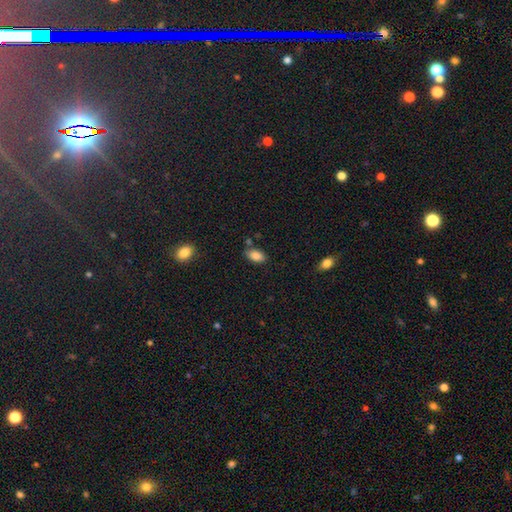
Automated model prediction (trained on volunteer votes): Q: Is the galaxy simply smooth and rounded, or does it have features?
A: smooth — 85%.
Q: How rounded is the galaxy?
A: in between — 92%.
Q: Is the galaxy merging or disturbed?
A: none — 77%.